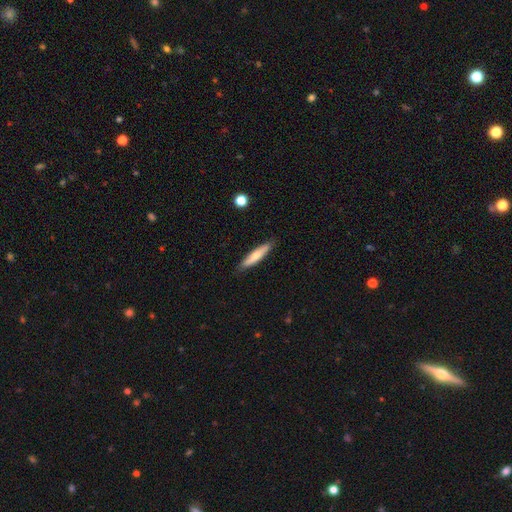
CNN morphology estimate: Smooth or featured: smooth — 60% (featured or disk — 34%)
How rounded: cigar-shaped — 85% (in between — 14%)
Merging: none — 86% (minor disturbance — 10%)